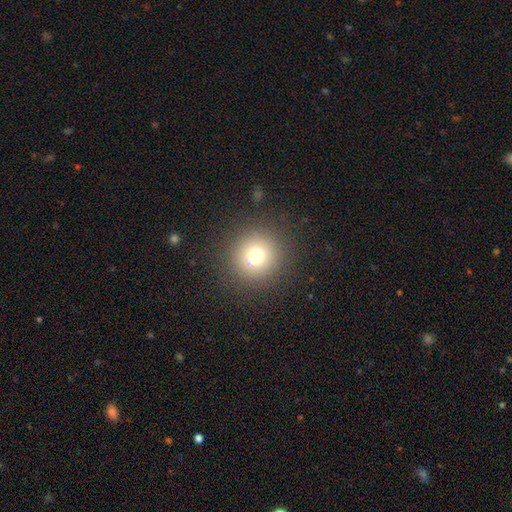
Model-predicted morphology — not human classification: Smooth or featured: smooth — 75% (star or artifact — 15%)
How rounded: round — 94% (in between — 5%)
Merging: none — 90% (minor disturbance — 6%)